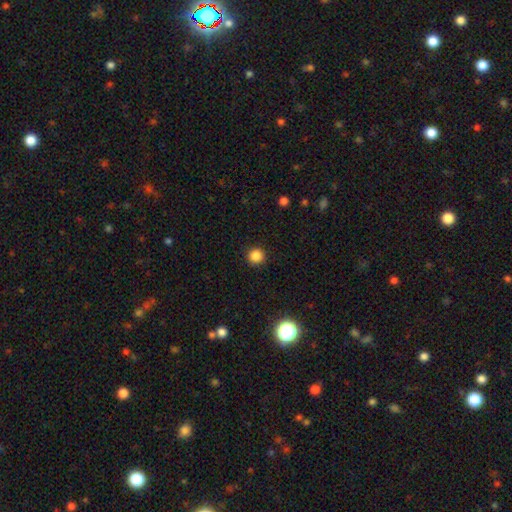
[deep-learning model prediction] This is clearly a smooth galaxy (85%). How rounded: clearly round (95%). Merging: clearly none (92%).